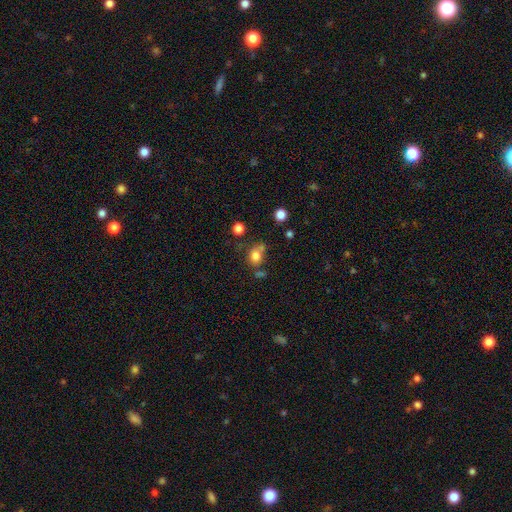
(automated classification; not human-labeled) This appears to be a smooth galaxy with no disk features (78%) that is round (61%). Merging: none (56%).